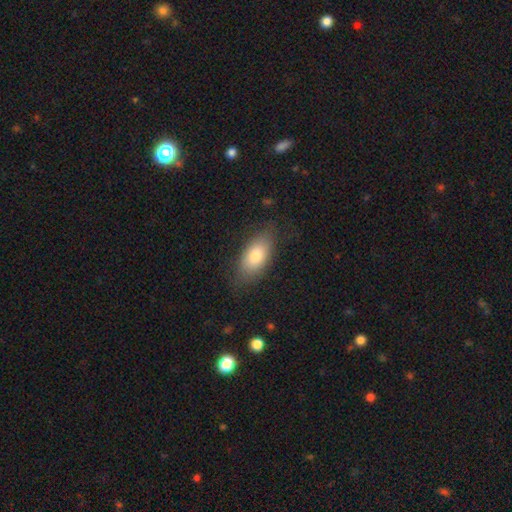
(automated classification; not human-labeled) Overall: smooth (77%). How rounded: in between (88%). Merging: none (78%).